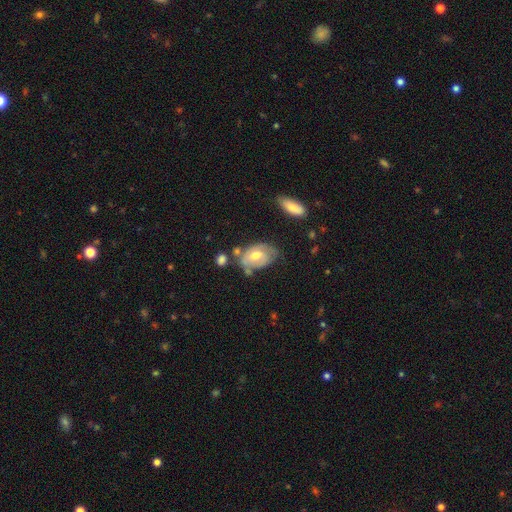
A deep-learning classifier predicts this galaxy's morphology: Smooth or featured? featured or disk (54%)
Edge-on disk? no (94%)
Bar? no (60%)
Spiral arms? yes (63%)
Bulge size? moderate (72%)
Merging? none (43%)